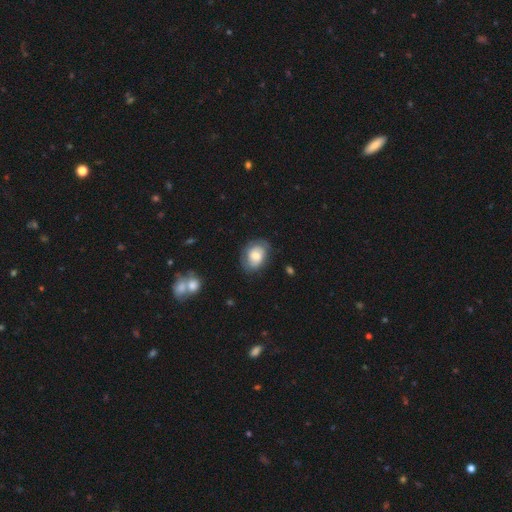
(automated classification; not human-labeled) This appears to be a smooth galaxy with no disk features (56%) that is in between round and cigar-shaped (69%). Merging: none (69%).